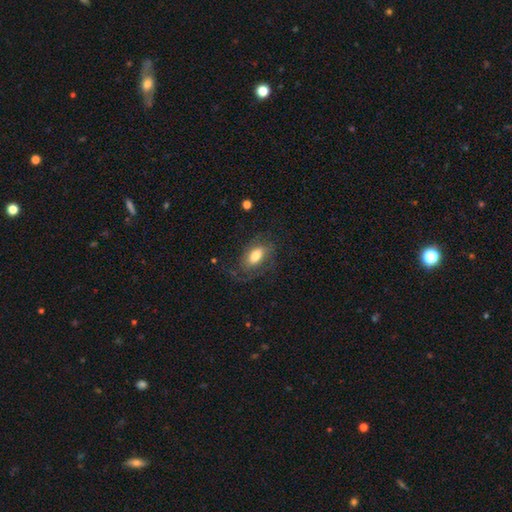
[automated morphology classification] Q: Smooth or featured?
A: featured or disk (50%); runner-up: smooth (43%)
Q: Merging?
A: none (59%); runner-up: major disturbance (20%)